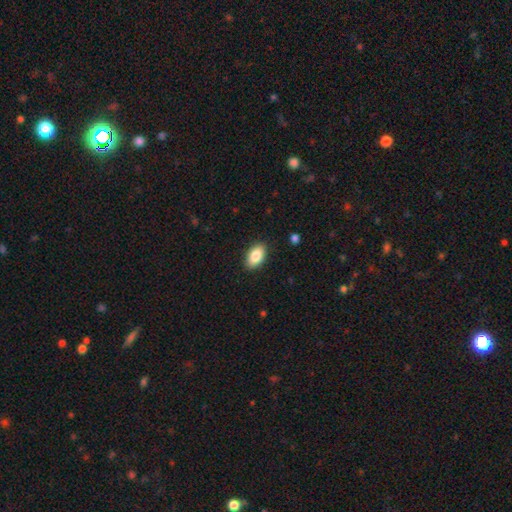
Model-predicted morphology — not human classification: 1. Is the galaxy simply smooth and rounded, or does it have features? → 87% smooth, 7% star or artifact, 6% featured or disk.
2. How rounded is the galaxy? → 93% in between, 5% round, 2% cigar-shaped.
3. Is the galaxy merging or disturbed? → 88% none, 9% minor disturbance, 2% major disturbance, 1% merger.